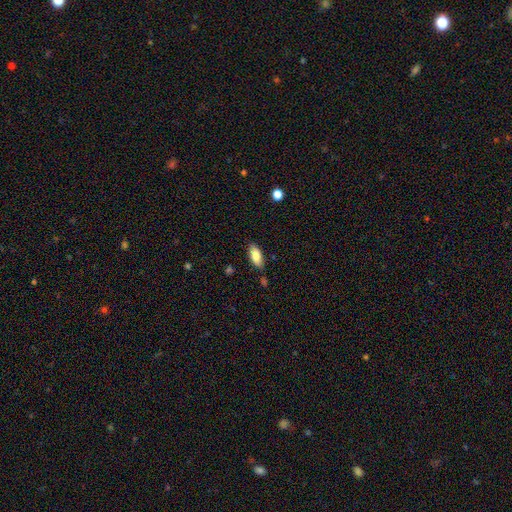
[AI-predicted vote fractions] A smooth galaxy with no disk features (82%) that is in between round and cigar-shaped (86%). Merging: none (83%).